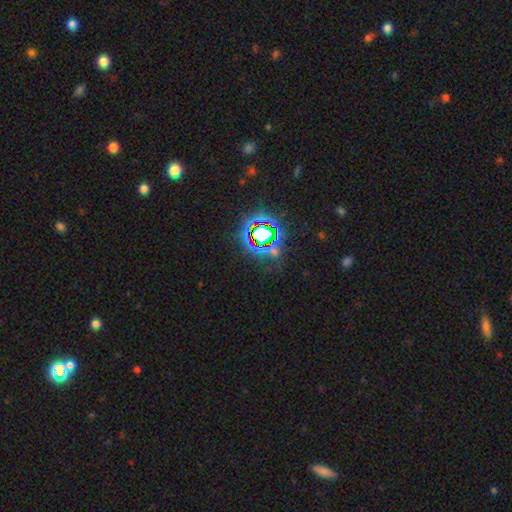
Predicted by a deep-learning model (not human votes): Overall: star or artifact (76%).